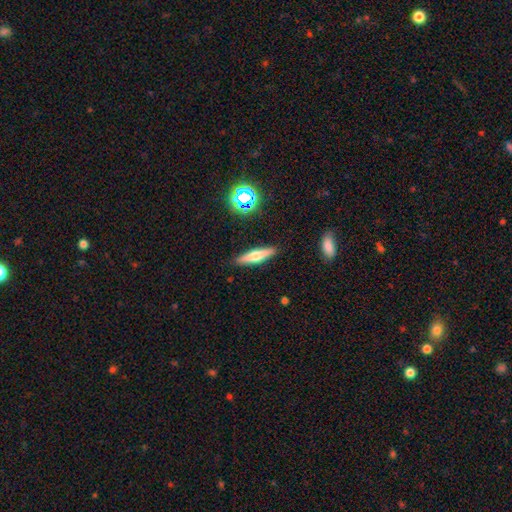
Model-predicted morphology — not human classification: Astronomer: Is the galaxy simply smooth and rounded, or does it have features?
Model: smooth — 46% (runner-up: featured or disk, 45%).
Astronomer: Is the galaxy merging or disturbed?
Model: none — 88%.